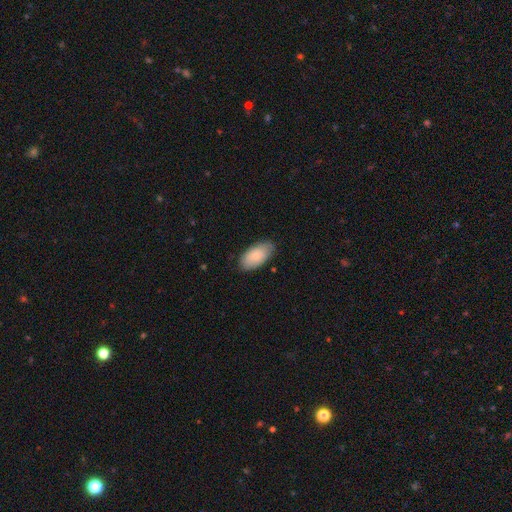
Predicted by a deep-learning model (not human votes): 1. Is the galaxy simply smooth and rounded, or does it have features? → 81% smooth, 13% featured or disk, 6% star or artifact.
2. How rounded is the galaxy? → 95% in between, 3% cigar-shaped, 2% round.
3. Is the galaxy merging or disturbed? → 80% none, 17% minor disturbance, 3% major disturbance, 1% merger.